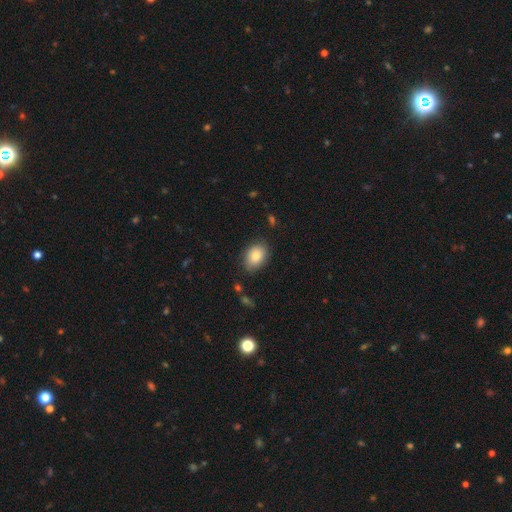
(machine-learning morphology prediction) The model was most divided on "how rounded": in between: 77%, round: 22%, cigar-shaped: 1%. More confident: smooth or featured — smooth (84%); merging — none (82%).